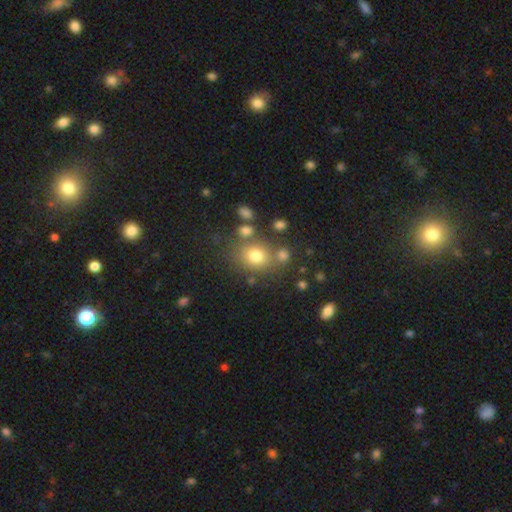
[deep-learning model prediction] The model was most divided on "how rounded": round: 62%, in between: 37%, cigar-shaped: 1%. More confident: smooth or featured — smooth (75%); merging — none (69%).